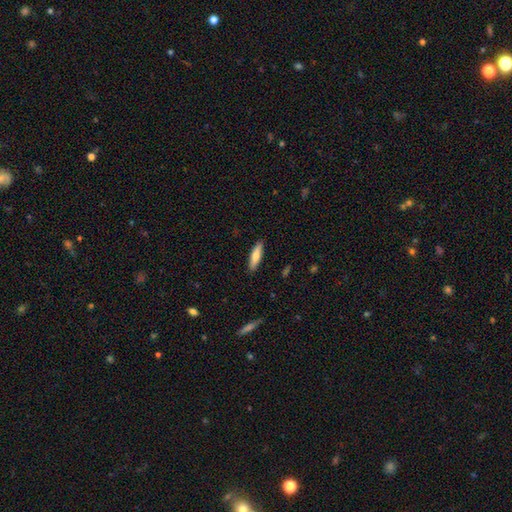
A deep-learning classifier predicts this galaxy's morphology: The model was most divided on "how rounded": cigar-shaped: 69%, in between: 29%, round: 2%. More confident: merging — none (90%); smooth or featured — smooth (71%).